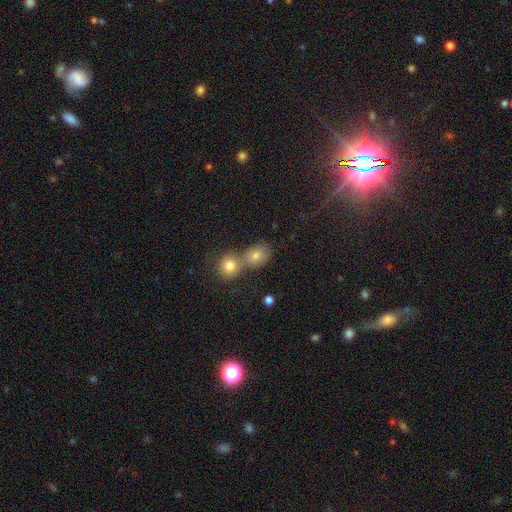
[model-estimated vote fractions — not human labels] Smooth or featured?
  - smooth: 76% *
  - star or artifact: 13%
  - featured or disk: 11%
How rounded?
  - round: 65% *
  - in between: 34%
  - cigar-shaped: 1%
Merging?
  - merger: 53% *
  - none: 36%
  - minor disturbance: 7%
  - major disturbance: 3%